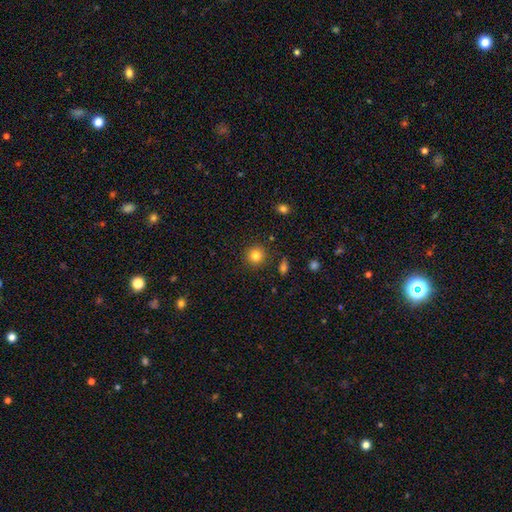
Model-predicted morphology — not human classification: Smooth or featured? smooth (82%)
How rounded? round (91%)
Merging? none (87%)